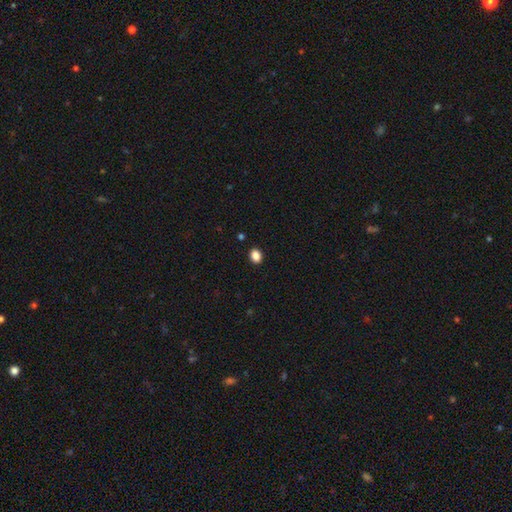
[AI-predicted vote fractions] smooth-or-featured: smooth: 87% | star or artifact: 10% | featured or disk: 3%
  how-rounded: in between: 62% | round: 37% | cigar-shaped: 1%
  merging: none: 91% | minor disturbance: 6% | major disturbance: 2% | merger: 1%